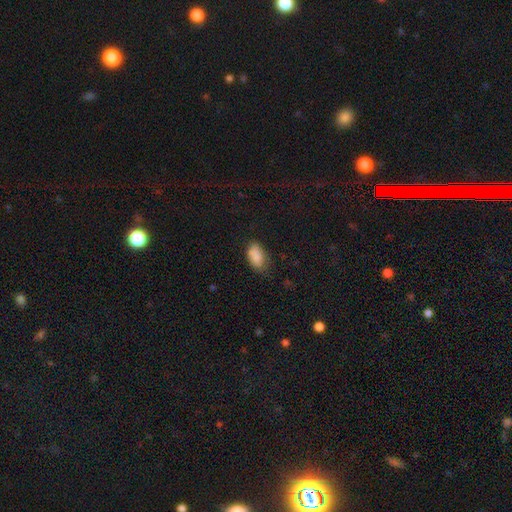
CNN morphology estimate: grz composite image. It shows a smooth galaxy with no disk features (85%) that is in between round and cigar-shaped (92%). Merging: none (62%).